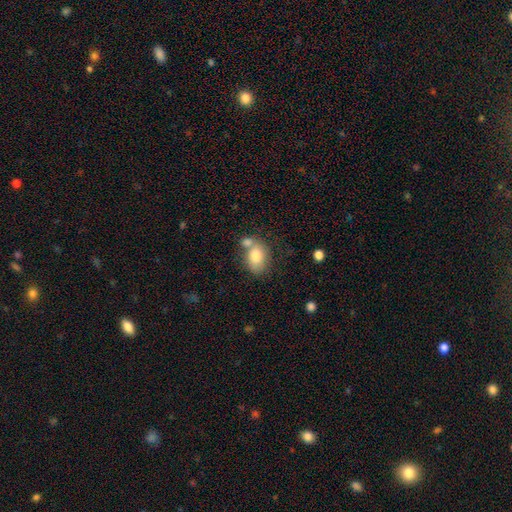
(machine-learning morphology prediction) Overall: smooth (78%). How rounded: in between (76%). Merging: none (47%; merger 33%).